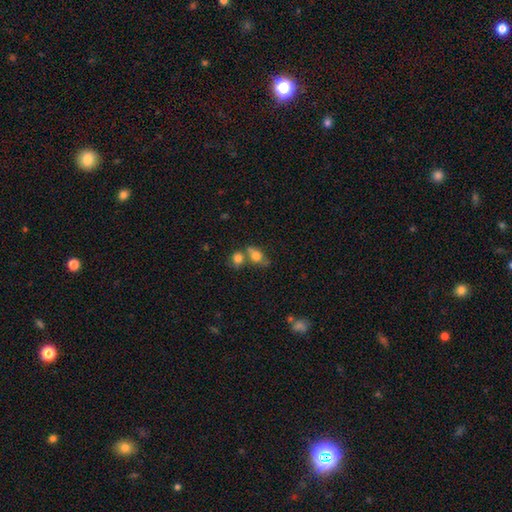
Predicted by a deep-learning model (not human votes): Smooth or featured? Predicted: smooth (p=0.73). How rounded? Predicted: in between (p=0.64). Merging? Predicted: merger (p=0.43).